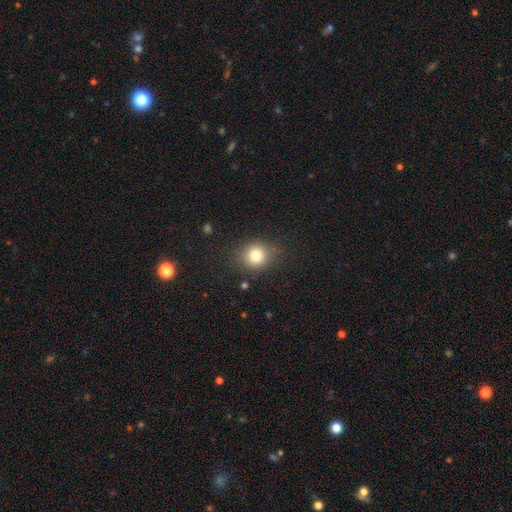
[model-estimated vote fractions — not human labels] Overall: smooth (79%). How rounded: round (82%). Merging: none (82%).